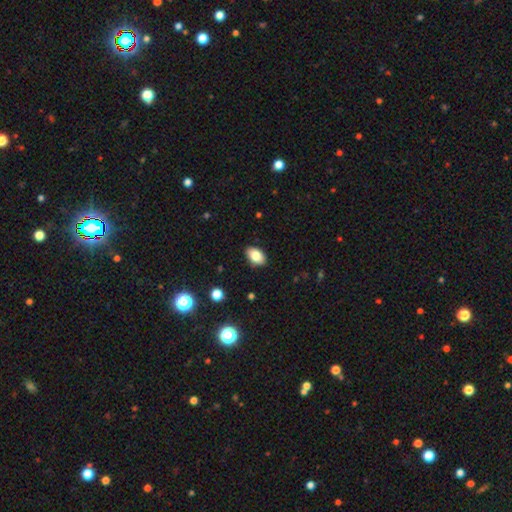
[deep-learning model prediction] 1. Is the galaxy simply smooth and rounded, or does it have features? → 83% smooth, 9% featured or disk, 8% star or artifact.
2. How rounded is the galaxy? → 91% in between, 7% round, 1% cigar-shaped.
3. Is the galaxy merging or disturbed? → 88% none, 9% minor disturbance, 2% major disturbance, 1% merger.